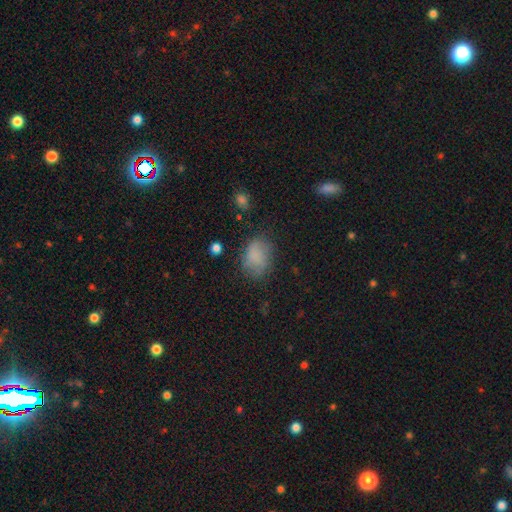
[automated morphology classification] Smooth or featured? smooth (79%)
How rounded? in between (73%)
Merging? none (67%)